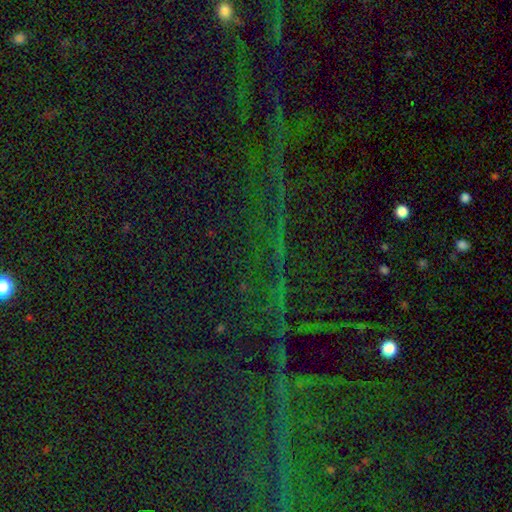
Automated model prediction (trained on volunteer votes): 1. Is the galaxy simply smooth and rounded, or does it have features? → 83% star or artifact, 9% featured or disk, 8% smooth.